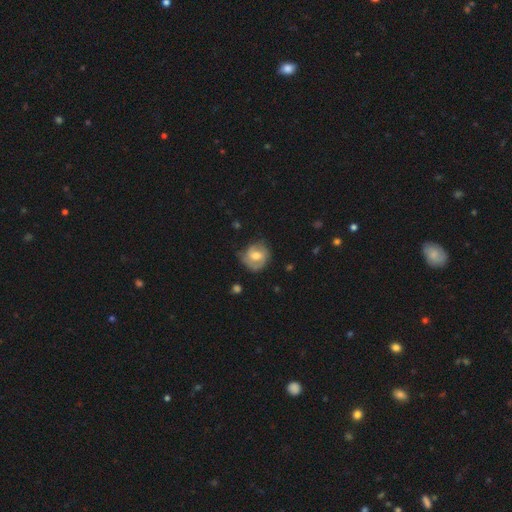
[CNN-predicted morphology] Smooth or featured: featured or disk — 49% (smooth — 44%)
Merging: none — 59% (minor disturbance — 29%)